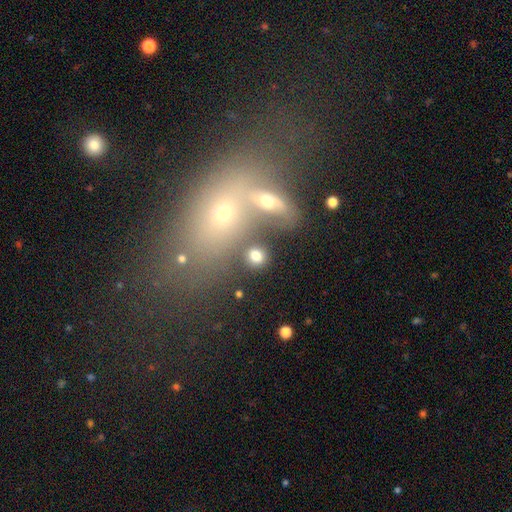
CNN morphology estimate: A smooth galaxy with no disk features (77%) that is round (75%).

Vote fractions:
- Smooth or featured? smooth: 77% / star or artifact: 12% / featured or disk: 10%
- How rounded? round: 75% / in between: 23% / cigar-shaped: 2%
- Merging? none: 72% / merger: 15% / minor disturbance: 9% / major disturbance: 5%